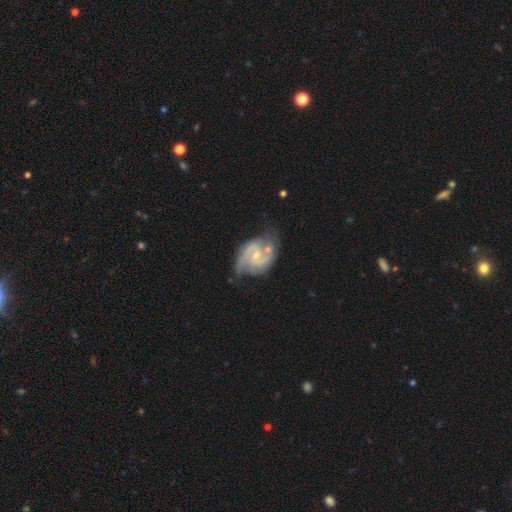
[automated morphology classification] A featured or disk galaxy (89%) with a weak bar (48%), 2 (85%) medium (57%) spiral arms (97%) and a small central bulge (65%).

Vote fractions:
- Smooth or featured? featured or disk: 89% / smooth: 6% / star or artifact: 5%
- Edge-on disk? no: 98% / yes: 2%
- Bar? weak: 48% / no: 42% / strong: 10%
- Spiral arms? yes: 97% / no: 3%
- Spiral winding? medium: 57% / tight: 27% / loose: 16%
- Spiral arm count? 2: 85% / 3: 6% / can't tell: 5% / 1: 2% / 4: 1% / more than 4: 1%
- Bulge size? small: 65% / moderate: 29% / none: 4% / large: 1% / dominant: 1%
- Merging? none: 56% / minor disturbance: 24% / major disturbance: 10% / merger: 10%